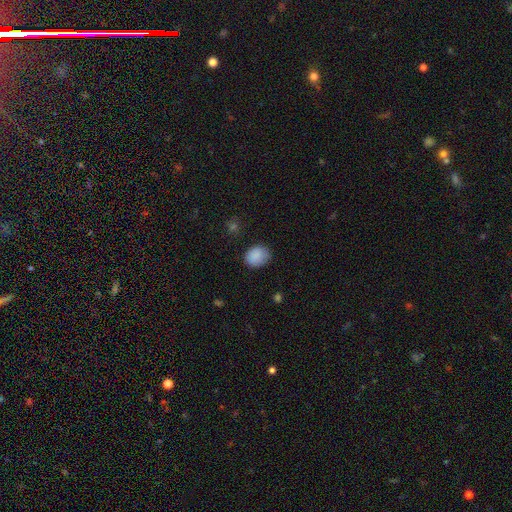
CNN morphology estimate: smooth 88%, star or artifact 8%, featured or disk 4%. Down the decision tree: how rounded — round (54%); merging — none (75%).